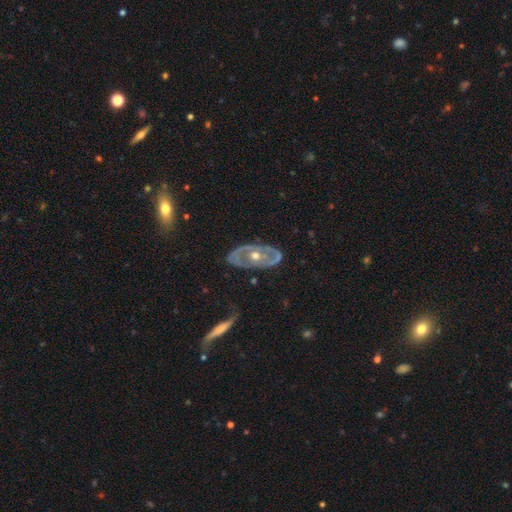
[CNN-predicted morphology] This appears to be a featured or disk galaxy (78%) with no bar (82%), no spiral arms (59%) and a moderate central bulge (77%). Merging: none (78%).